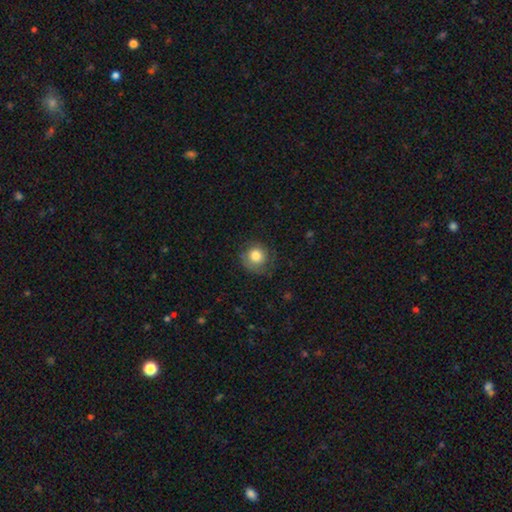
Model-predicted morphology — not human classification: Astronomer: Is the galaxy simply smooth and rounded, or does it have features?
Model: smooth — 79%.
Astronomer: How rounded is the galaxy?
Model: round — 90%.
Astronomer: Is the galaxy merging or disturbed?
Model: none — 71%.